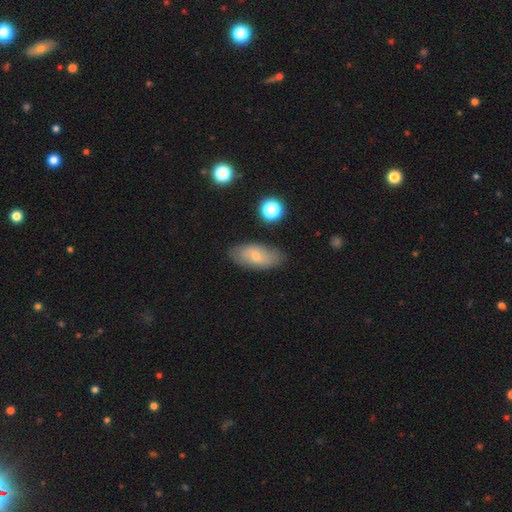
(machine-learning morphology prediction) This appears to be a smooth galaxy with no disk features (54%) that is in between round and cigar-shaped (88%). Merging: none (80%).